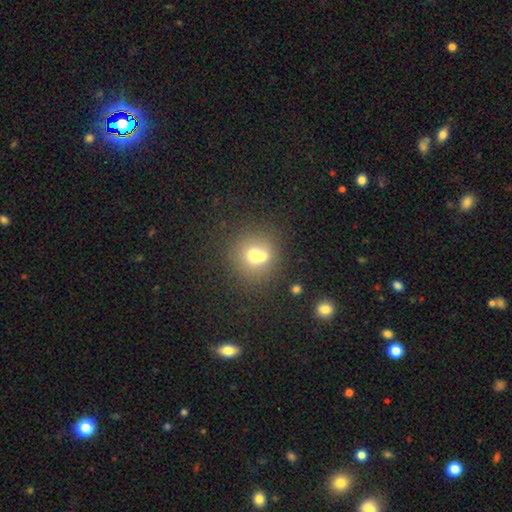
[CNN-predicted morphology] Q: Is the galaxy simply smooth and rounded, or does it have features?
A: smooth — 65%.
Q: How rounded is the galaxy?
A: round — 86%.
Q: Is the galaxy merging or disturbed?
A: merger — 46%.